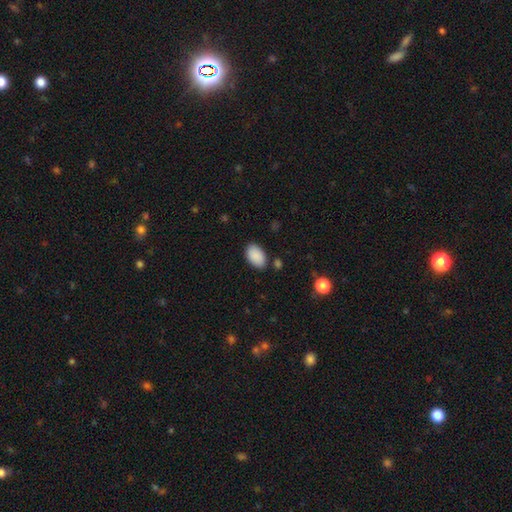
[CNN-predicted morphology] This is clearly a smooth galaxy (90%). How rounded: clearly in between (93%). Merging: clearly none (84%).